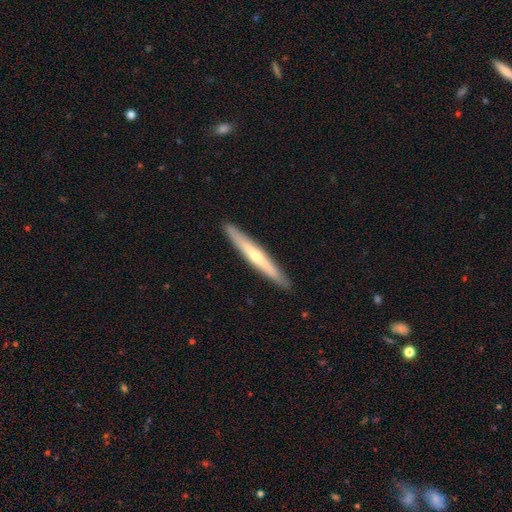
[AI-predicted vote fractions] Smooth or featured? Predicted: featured or disk (p=0.58). Edge-on disk? Predicted: yes (p=0.94). Edge-on bulge? Predicted: rounded (p=0.70). Merging? Predicted: none (p=0.91).